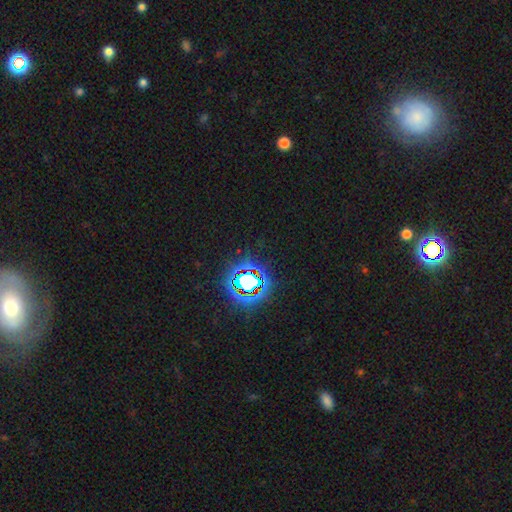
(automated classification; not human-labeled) Q: Smooth or featured?
A: star or artifact (79%); runner-up: smooth (13%)